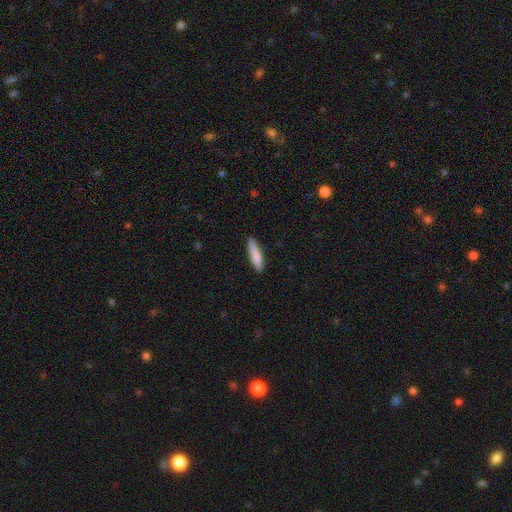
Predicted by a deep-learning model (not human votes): Overall: smooth (85%). How rounded: cigar-shaped (77%). Merging: none (85%).